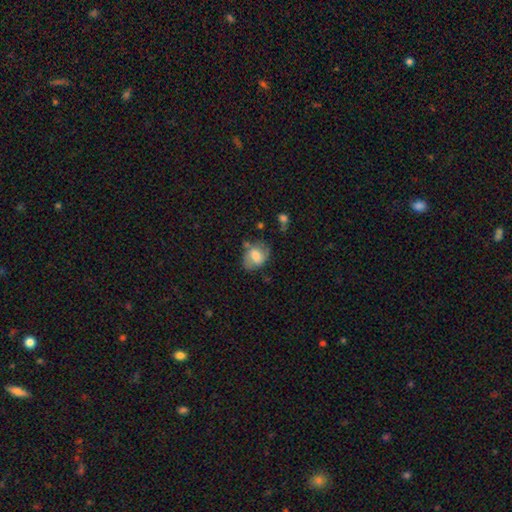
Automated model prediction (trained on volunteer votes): Q: Smooth or featured?
A: smooth (60%); runner-up: featured or disk (32%)
Q: How rounded?
A: in between (68%); runner-up: round (31%)
Q: Merging?
A: none (55%); runner-up: minor disturbance (27%)